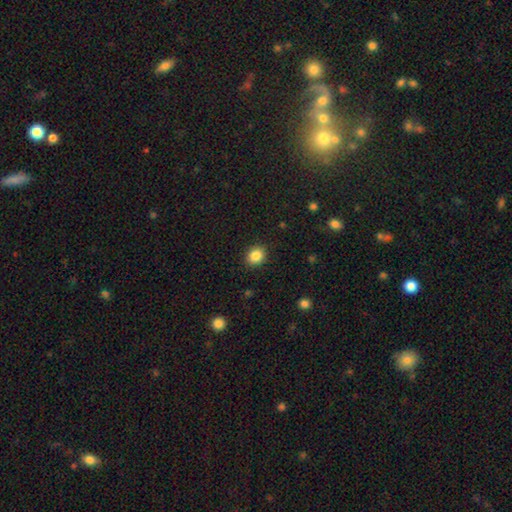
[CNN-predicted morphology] Smooth or featured? Predicted: smooth (p=0.86). How rounded? Predicted: round (p=0.71). Merging? Predicted: none (p=0.90).